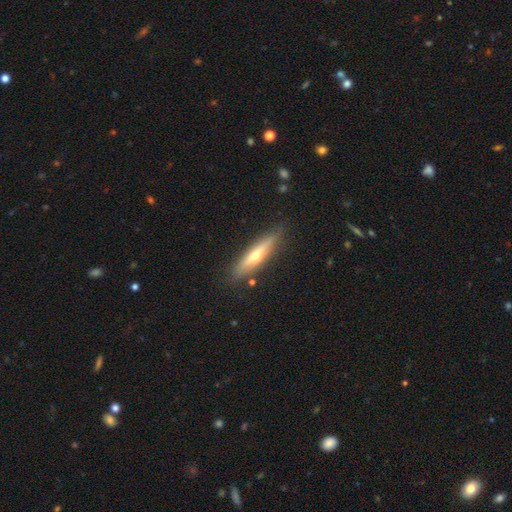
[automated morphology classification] A featured or disk galaxy (55%) viewed edge-on (89%). Merging: none (84%).